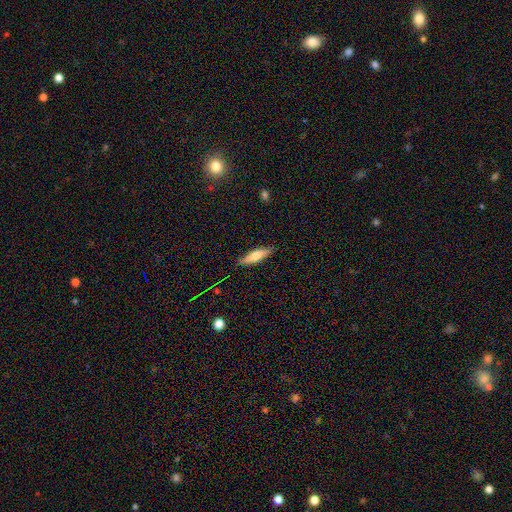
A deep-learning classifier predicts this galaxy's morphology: smooth_or_featured: smooth (p=0.64) [alt: featured or disk p=0.30]
how_rounded: cigar-shaped (p=0.69) [alt: in between p=0.29]
merging: none (p=0.87) [alt: minor disturbance p=0.10]